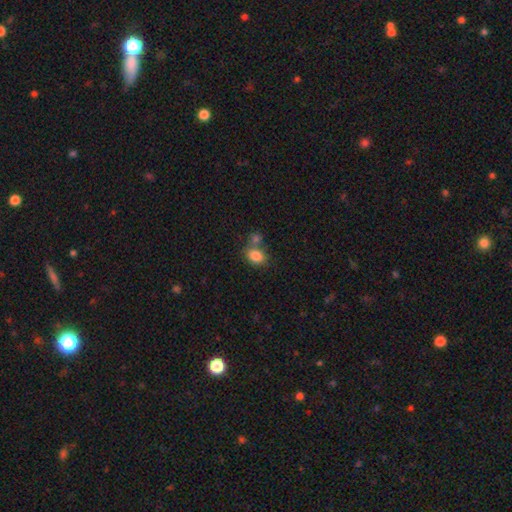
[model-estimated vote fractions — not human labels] Smooth or featured? Predicted: smooth (p=0.83). How rounded? Predicted: in between (p=0.69). Merging? Predicted: none (p=0.50).